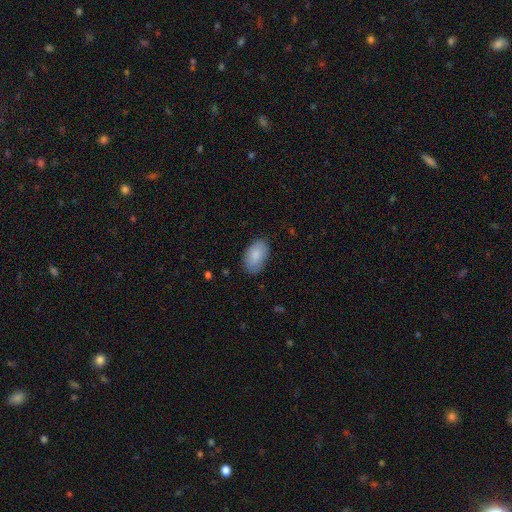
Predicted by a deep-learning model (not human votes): smooth_or_featured: smooth (p=0.87) [alt: featured or disk p=0.07]
how_rounded: in between (p=0.94) [alt: round p=0.05]
merging: none (p=0.83) [alt: minor disturbance p=0.13]